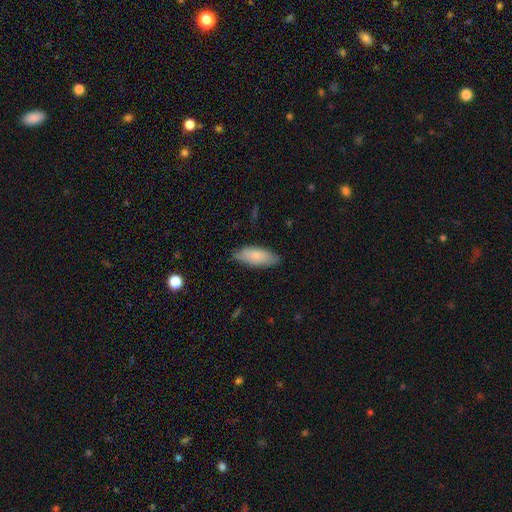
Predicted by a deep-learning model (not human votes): A smooth galaxy with no disk features (80%) that is in between round and cigar-shaped (81%).

Vote fractions:
- Smooth or featured? smooth: 80% / featured or disk: 15% / star or artifact: 6%
- How rounded? in between: 81% / cigar-shaped: 17% / round: 2%
- Merging? none: 76% / minor disturbance: 20% / major disturbance: 3% / merger: 1%